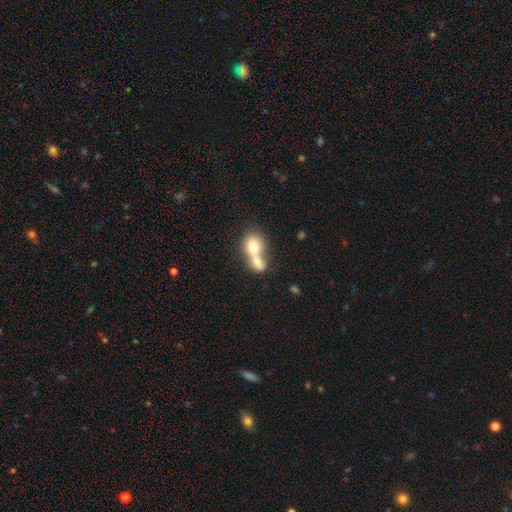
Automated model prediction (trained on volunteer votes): Q: Smooth or featured?
A: smooth (70%); runner-up: featured or disk (22%)
Q: How rounded?
A: round (50%); runner-up: in between (48%)
Q: Merging?
A: merger (75%); runner-up: none (16%)